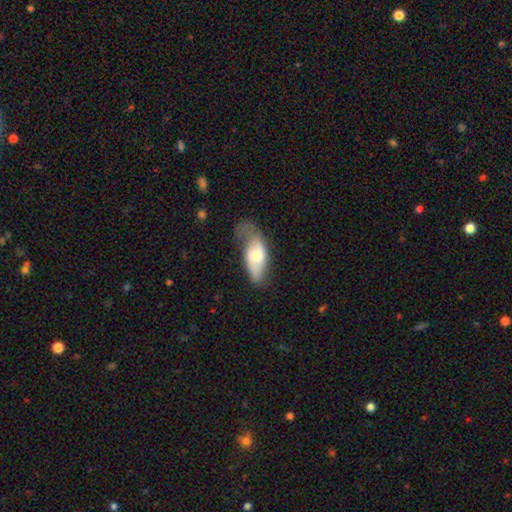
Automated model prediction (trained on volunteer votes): Overall: smooth (54%; featured or disk 40%). How rounded: in between (85%). Merging: none (36%; minor disturbance 34%).